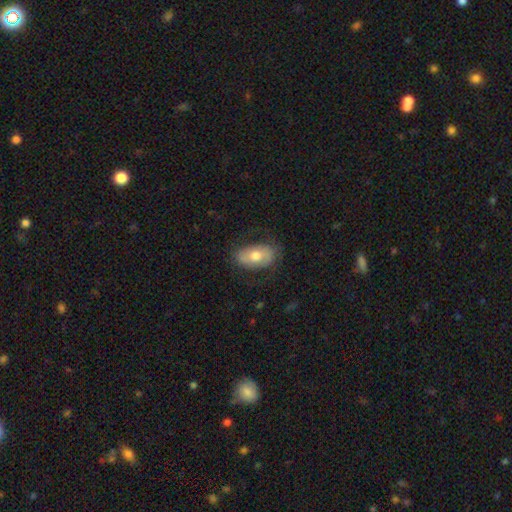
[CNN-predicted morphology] Smooth or featured: smooth — 62% (featured or disk — 31%)
How rounded: in between — 91% (round — 7%)
Merging: none — 72% (minor disturbance — 20%)